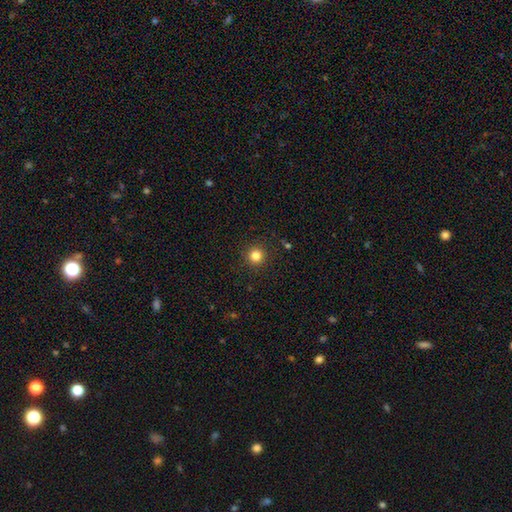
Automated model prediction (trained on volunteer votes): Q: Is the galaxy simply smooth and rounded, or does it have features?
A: smooth — 81%.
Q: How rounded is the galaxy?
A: round — 95%.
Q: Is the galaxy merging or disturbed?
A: none — 91%.